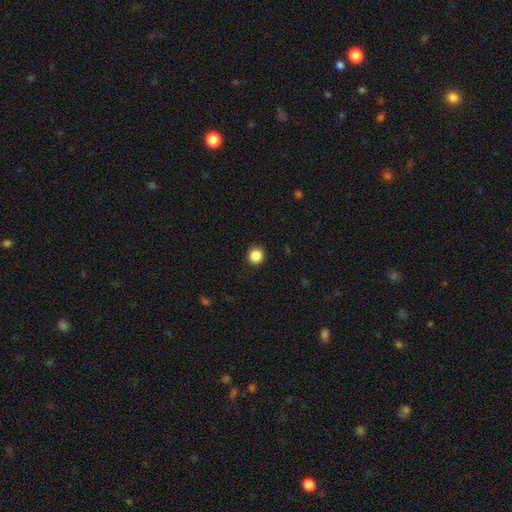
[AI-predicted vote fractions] This is clearly a smooth galaxy (86%). How rounded: clearly round (92%). Merging: clearly none (93%).